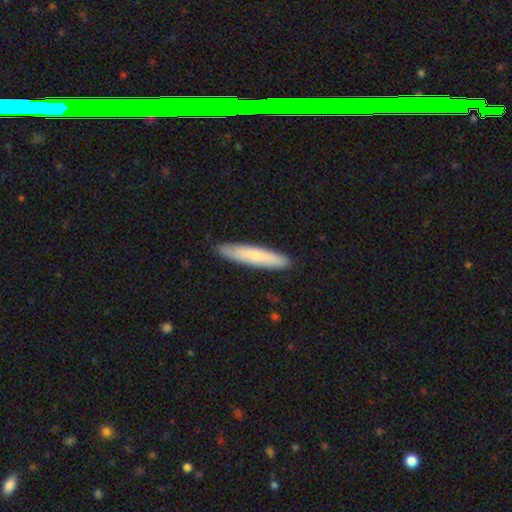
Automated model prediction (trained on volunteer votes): smooth_or_featured: smooth (p=0.72) [alt: featured or disk p=0.22]
how_rounded: cigar-shaped (p=0.90) [alt: in between p=0.09]
merging: none (p=0.89) [alt: minor disturbance p=0.09]